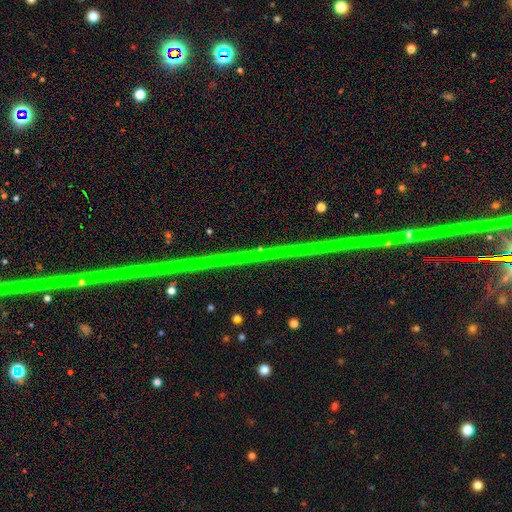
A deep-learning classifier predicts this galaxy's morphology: Smooth or featured?
  - star or artifact: 78% *
  - featured or disk: 15%
  - smooth: 8%